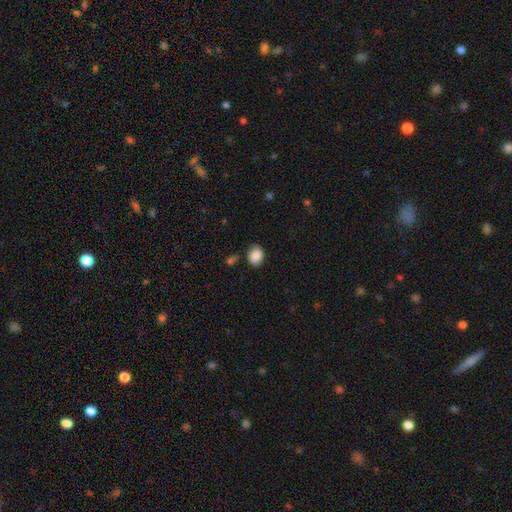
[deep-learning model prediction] Overall: smooth (87%). How rounded: in between (57%; round 43%). Merging: none (72%).